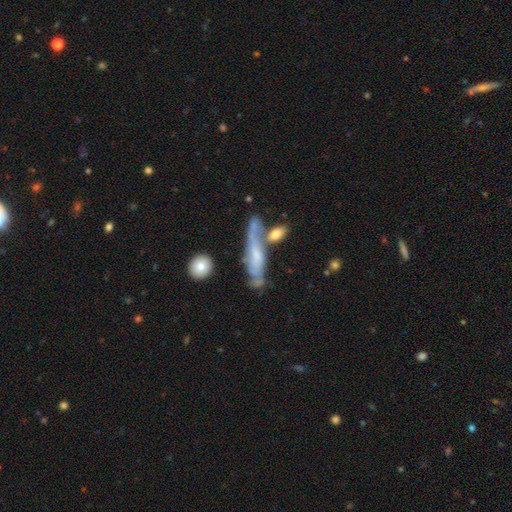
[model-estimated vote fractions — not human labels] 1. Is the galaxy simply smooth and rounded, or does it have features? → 62% featured or disk, 30% smooth, 8% star or artifact.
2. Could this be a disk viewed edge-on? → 53% no, 47% yes.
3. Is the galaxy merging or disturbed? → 44% none, 22% merger, 21% minor disturbance, 13% major disturbance.